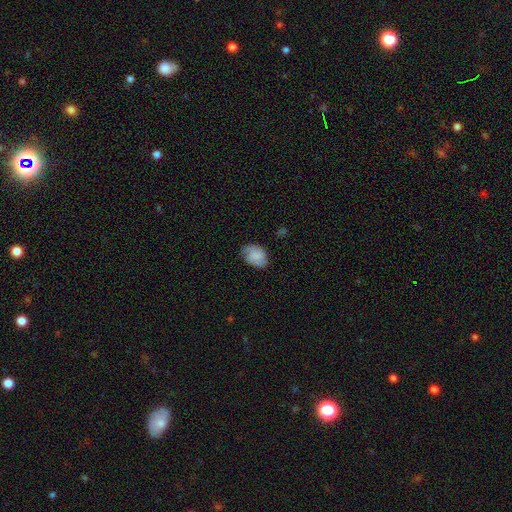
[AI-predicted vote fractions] smooth 75%, featured or disk 17%, star or artifact 8%. Down the decision tree: how rounded — in between (77%); merging — none (60%).